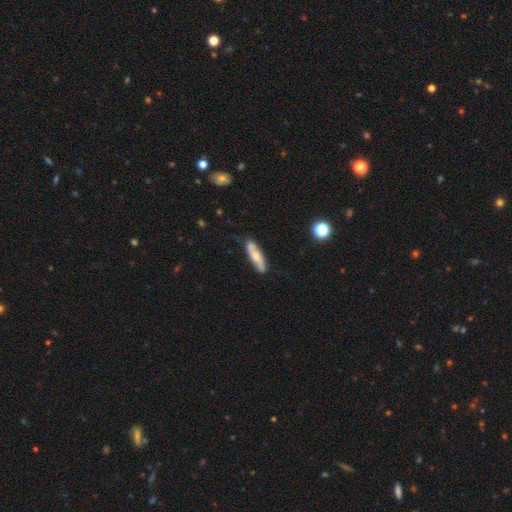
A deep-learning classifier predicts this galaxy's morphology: type=smooth (55%); roundness=cigar-shaped (74%); merging=none (71%).